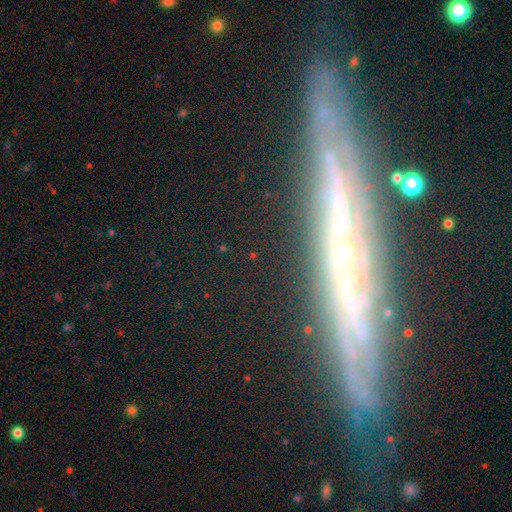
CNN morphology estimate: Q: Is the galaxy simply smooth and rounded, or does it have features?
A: featured or disk — 67%.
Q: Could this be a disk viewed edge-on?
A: yes — 85%.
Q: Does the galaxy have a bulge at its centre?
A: none — 69%.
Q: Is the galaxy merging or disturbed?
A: none — 81%.